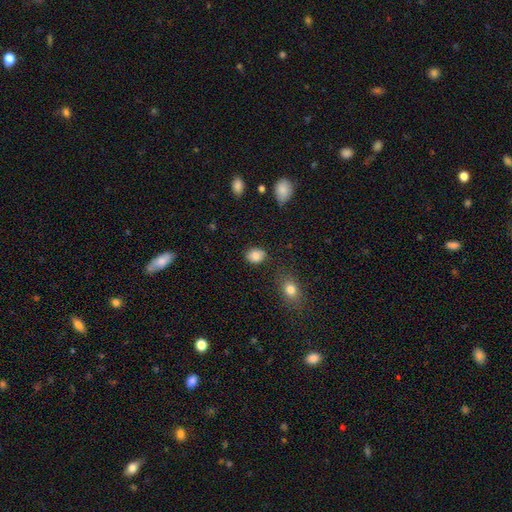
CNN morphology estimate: Q: Smooth or featured?
A: smooth (84%); runner-up: star or artifact (9%)
Q: How rounded?
A: in between (57%); runner-up: round (42%)
Q: Merging?
A: none (81%); runner-up: minor disturbance (13%)